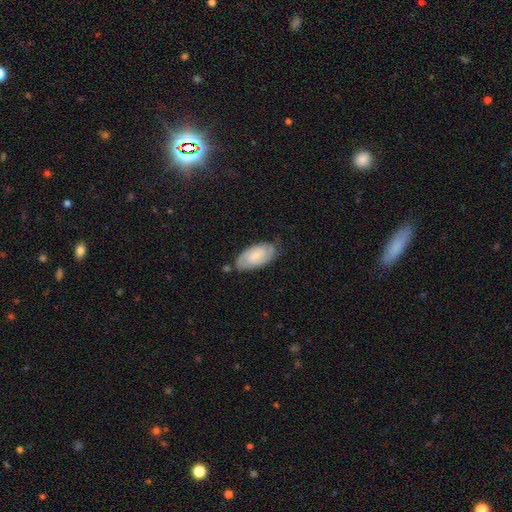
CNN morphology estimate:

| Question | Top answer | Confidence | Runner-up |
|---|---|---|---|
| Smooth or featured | featured or disk | 59% | smooth (35%) |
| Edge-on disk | no | 95% | yes (5%) |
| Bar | no | 46% | weak (45%) |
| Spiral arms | yes | 90% | no (10%) |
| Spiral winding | tight | 55% | medium (35%) |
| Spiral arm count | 2 | 71% | can't tell (19%) |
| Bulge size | small | 62% | moderate (26%) |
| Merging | none | 70% | minor disturbance (21%) |